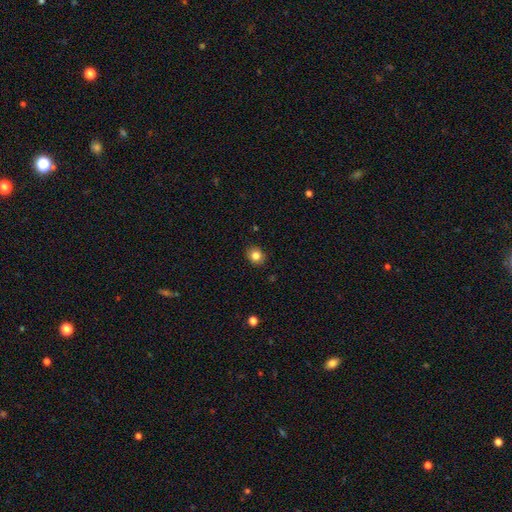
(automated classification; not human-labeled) smooth 83%, star or artifact 11%, featured or disk 6%. Down the decision tree: how rounded — round (75%); merging — none (88%).